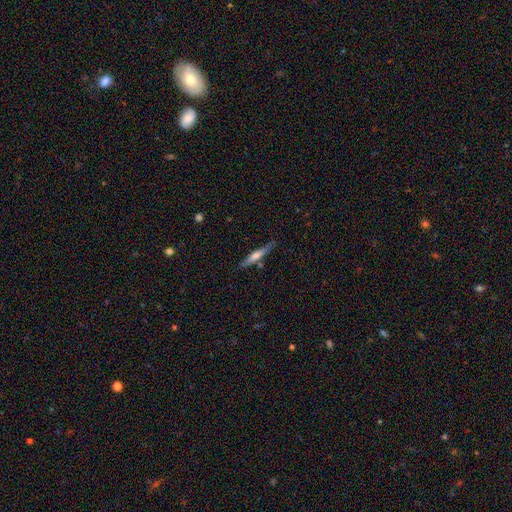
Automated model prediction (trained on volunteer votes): A featured or disk galaxy (50%) viewed edge-on (95%). Merging: none (82%).